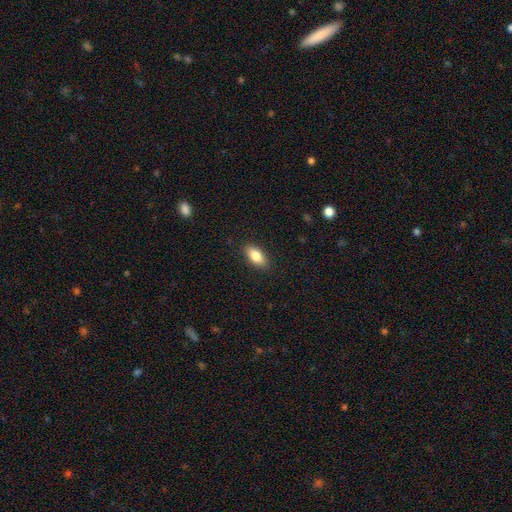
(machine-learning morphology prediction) smooth 83%, featured or disk 10%, star or artifact 7%. Down the decision tree: how rounded — in between (88%); merging — none (89%).